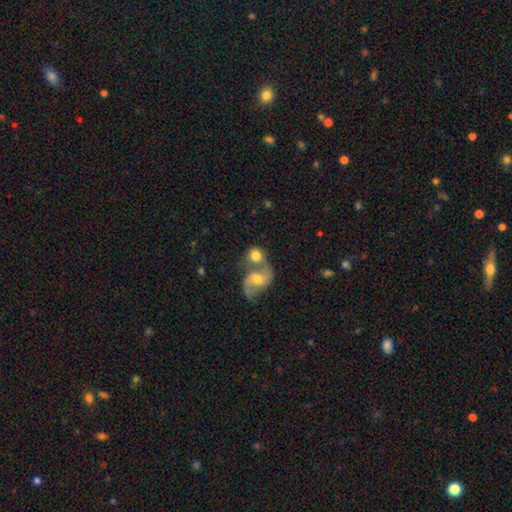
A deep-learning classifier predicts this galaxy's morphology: Smooth or featured? smooth (49%)
Merging? merger (59%)